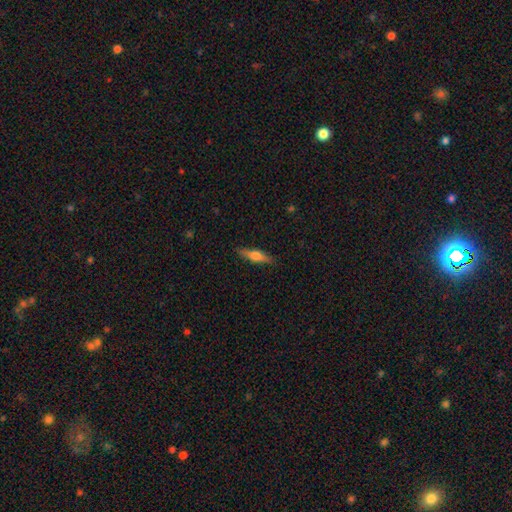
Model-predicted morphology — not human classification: type=smooth (52%); roundness=cigar-shaped (70%); merging=none (86%).